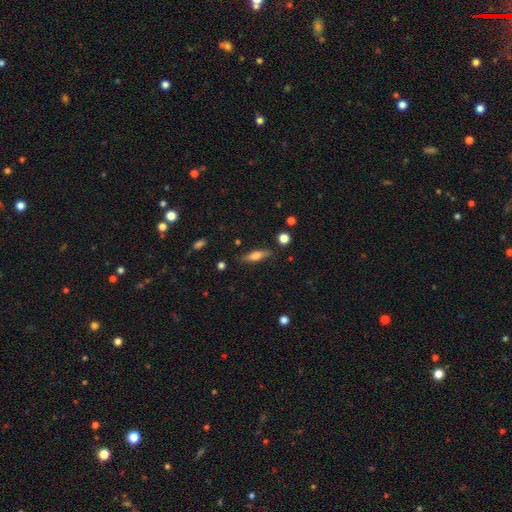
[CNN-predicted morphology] This appears to be a smooth galaxy with no disk features (58%) that is cigar-shaped (59%). Merging: none (83%).